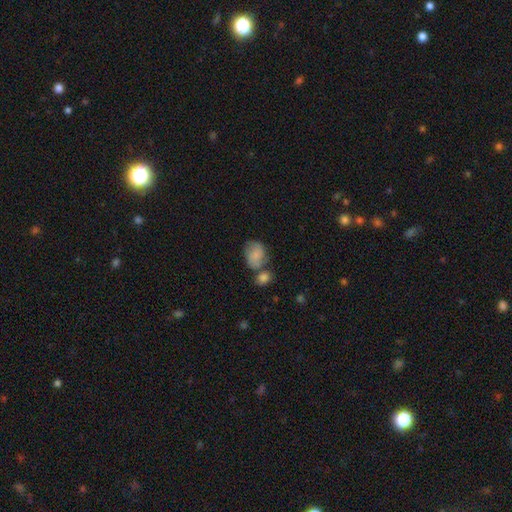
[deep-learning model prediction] smooth 69%, featured or disk 23%, star or artifact 8%. Down the decision tree: how rounded — in between (59%); merging — none (38%).